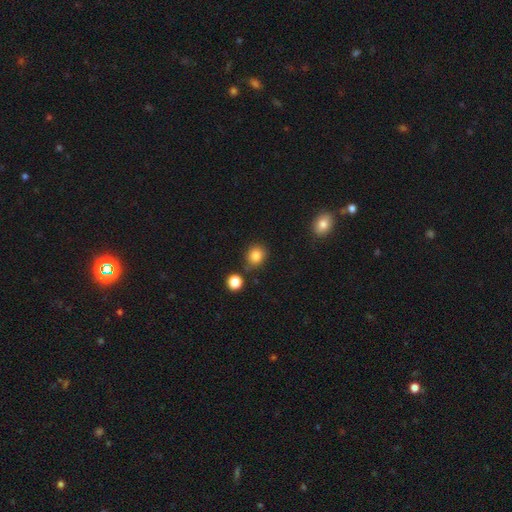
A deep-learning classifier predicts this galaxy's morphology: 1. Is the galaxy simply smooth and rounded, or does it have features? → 85% smooth, 11% star or artifact, 5% featured or disk.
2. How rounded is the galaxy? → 75% round, 24% in between, 1% cigar-shaped.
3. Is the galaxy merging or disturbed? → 79% none, 12% minor disturbance, 6% merger, 3% major disturbance.